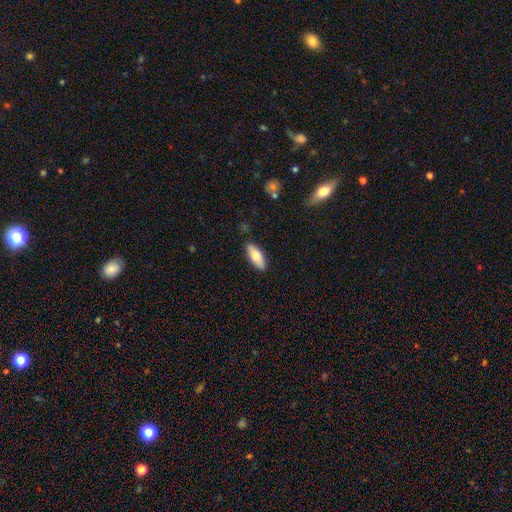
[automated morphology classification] type=smooth (71%); roundness=in between (81%); merging=none (87%).